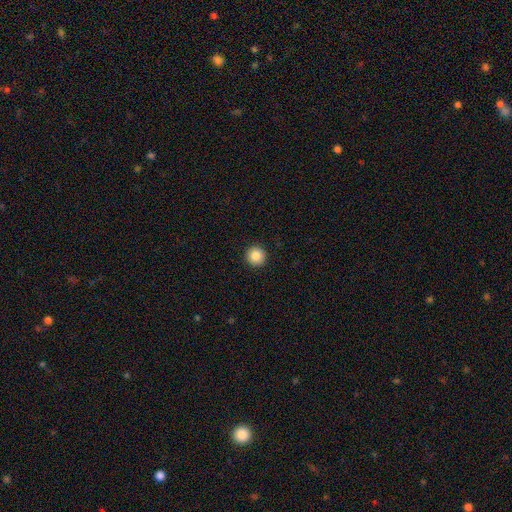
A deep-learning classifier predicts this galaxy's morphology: A smooth galaxy with no disk features (85%) that is round (96%). Merging: none (93%).